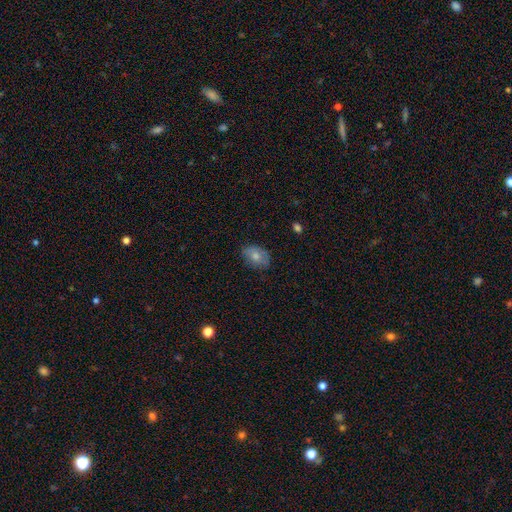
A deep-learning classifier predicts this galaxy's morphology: Overall: smooth (73%). How rounded: in between (80%). Merging: none (74%).